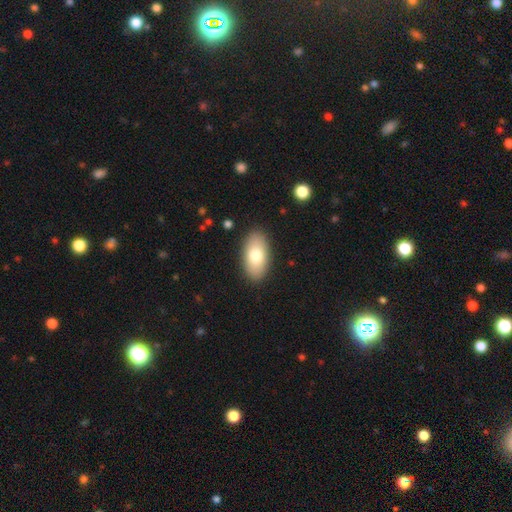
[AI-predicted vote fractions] Smooth or featured? Predicted: smooth (p=0.77). How rounded? Predicted: in between (p=0.94). Merging? Predicted: none (p=0.88).